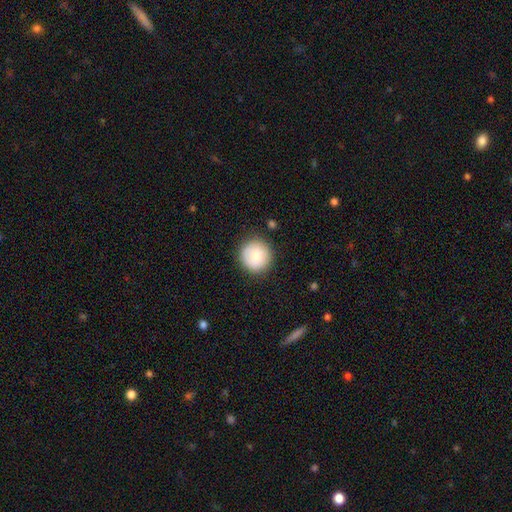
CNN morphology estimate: Smooth or featured: smooth — 76% (featured or disk — 17%)
How rounded: round — 95% (in between — 4%)
Merging: none — 86% (minor disturbance — 10%)